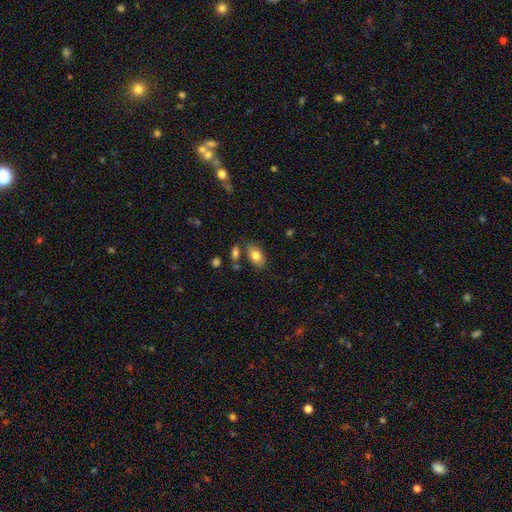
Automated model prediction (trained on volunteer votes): Smooth or featured?
  - smooth: 78% *
  - featured or disk: 14%
  - star or artifact: 8%
How rounded?
  - in between: 92% *
  - round: 6%
  - cigar-shaped: 2%
Merging?
  - none: 75% *
  - minor disturbance: 14%
  - merger: 8%
  - major disturbance: 3%